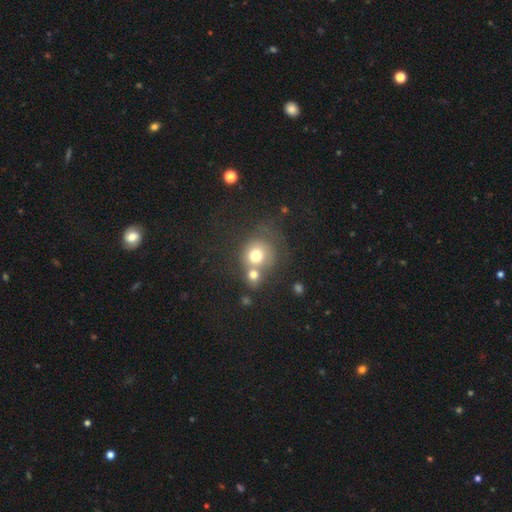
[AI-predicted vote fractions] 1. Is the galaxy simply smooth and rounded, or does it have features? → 70% smooth, 17% featured or disk, 13% star or artifact.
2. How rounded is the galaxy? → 83% round, 16% in between, 1% cigar-shaped.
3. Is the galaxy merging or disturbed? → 48% merger, 35% none, 10% minor disturbance, 7% major disturbance.